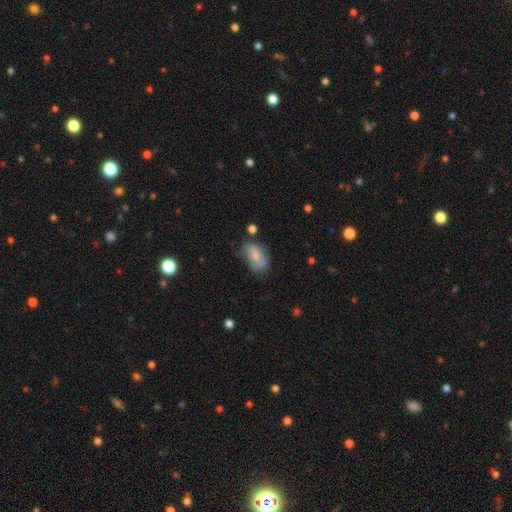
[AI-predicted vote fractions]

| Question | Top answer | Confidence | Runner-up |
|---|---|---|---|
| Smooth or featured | smooth | 69% | featured or disk (22%) |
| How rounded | in between | 87% | round (11%) |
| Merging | none | 47% | minor disturbance (33%) |